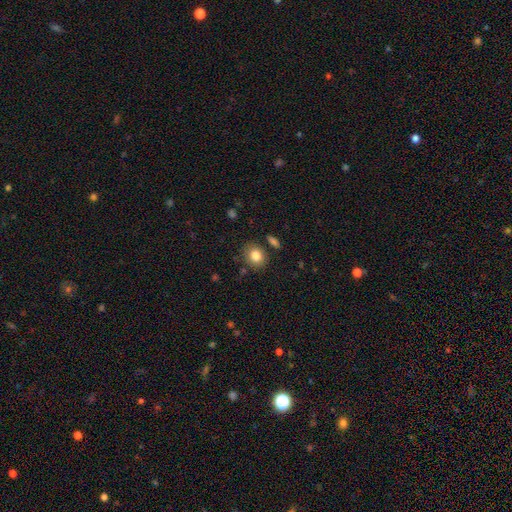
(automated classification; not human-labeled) This appears to be a smooth galaxy with no disk features (84%) that is round (68%). Merging: none (80%).